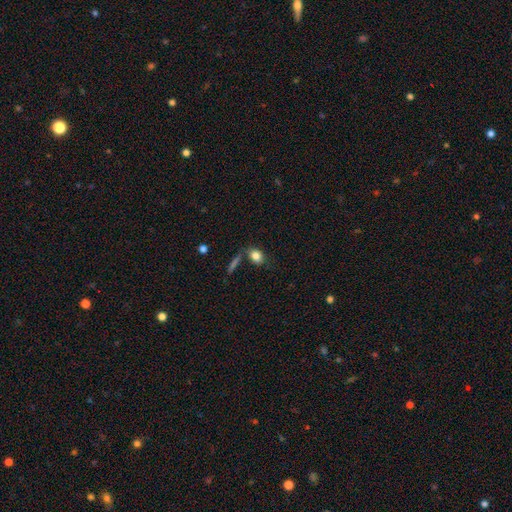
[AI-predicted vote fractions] This appears to be a smooth galaxy with no disk features (82%) that is in between round and cigar-shaped (70%). Merging: none (65%).